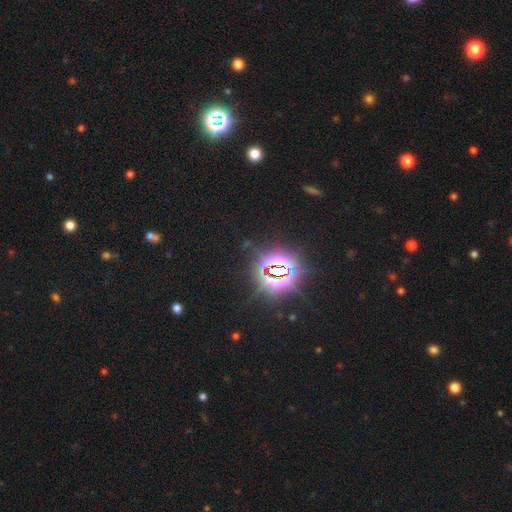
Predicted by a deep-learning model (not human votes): smooth_or_featured: star or artifact (p=0.83) [alt: smooth p=0.12]